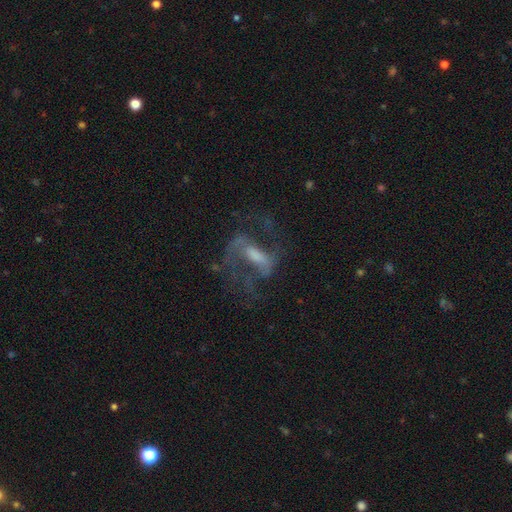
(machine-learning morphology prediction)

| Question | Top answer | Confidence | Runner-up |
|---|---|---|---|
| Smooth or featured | featured or disk | 80% | smooth (11%) |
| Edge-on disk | no | 94% | yes (6%) |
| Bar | strong | 41% | tied: weak (41%) |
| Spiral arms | yes | 88% | no (12%) |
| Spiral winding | medium | 45% | loose (44%) |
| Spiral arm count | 2 | 75% | can't tell (10%) |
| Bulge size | moderate | 39% | small (27%) |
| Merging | none | 52% | major disturbance (30%) |